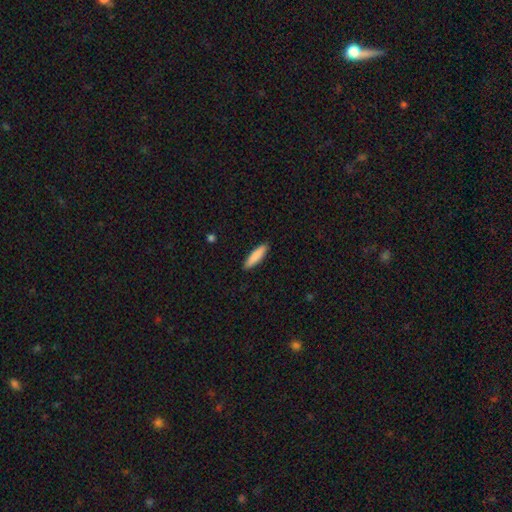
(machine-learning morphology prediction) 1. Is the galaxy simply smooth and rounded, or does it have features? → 87% smooth, 8% featured or disk, 6% star or artifact.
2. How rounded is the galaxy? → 75% cigar-shaped, 24% in between, 1% round.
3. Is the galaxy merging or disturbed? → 90% none, 7% minor disturbance, 2% major disturbance, 1% merger.